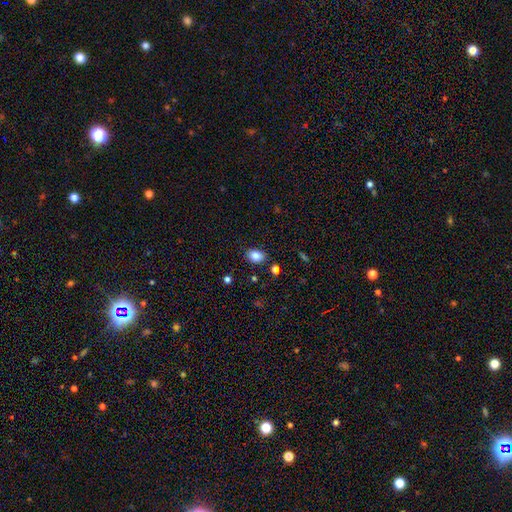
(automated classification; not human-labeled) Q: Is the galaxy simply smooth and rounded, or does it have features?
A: smooth — 84%.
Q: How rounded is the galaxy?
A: in between — 73%.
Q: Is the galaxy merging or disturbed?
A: none — 84%.